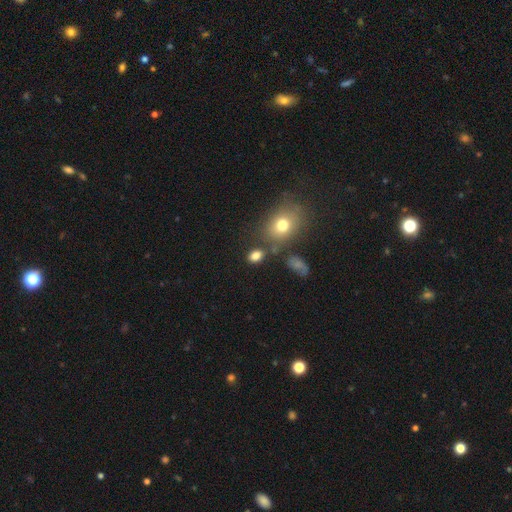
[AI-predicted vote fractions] This appears to be a smooth galaxy with no disk features (81%) that is in between round and cigar-shaped (74%). Merging: none (70%).